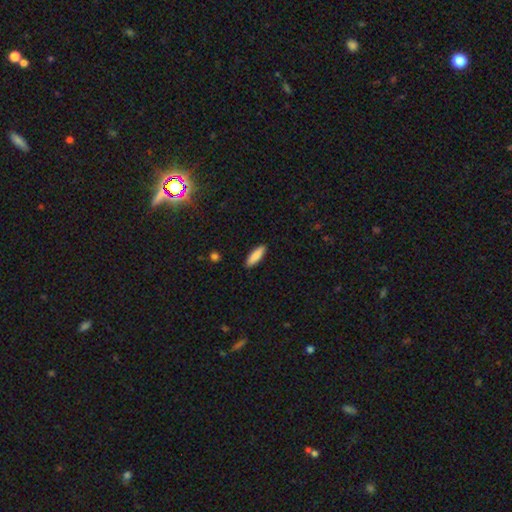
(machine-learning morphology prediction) smooth 87%, featured or disk 7%, star or artifact 6%. Down the decision tree: how rounded — cigar-shaped (57%); merging — none (91%).